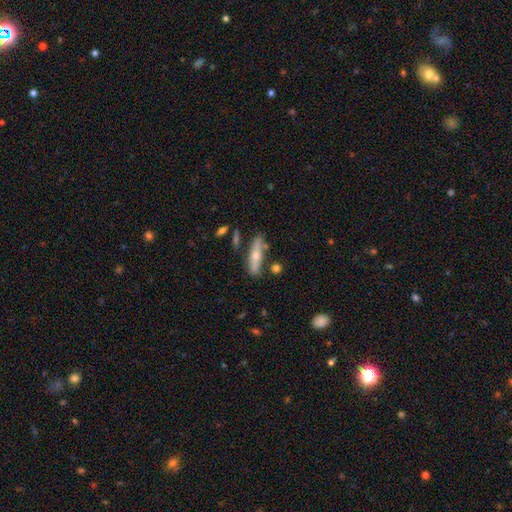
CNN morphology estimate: Overall: smooth (49%; featured or disk 45%). Merging: none (78%).